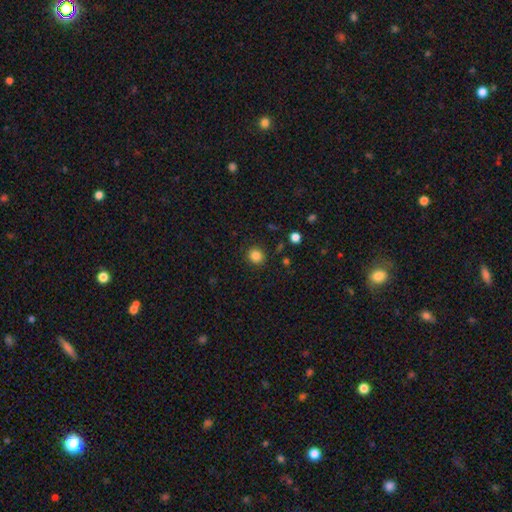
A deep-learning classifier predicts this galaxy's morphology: This appears to be a smooth galaxy with no disk features (85%) that is round (85%). Merging: none (89%).